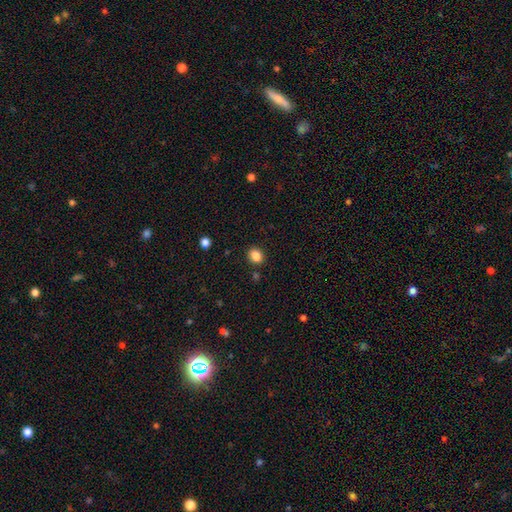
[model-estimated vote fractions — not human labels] This is clearly a smooth galaxy (86%). How rounded: possibly round (52%). Merging: clearly none (87%).